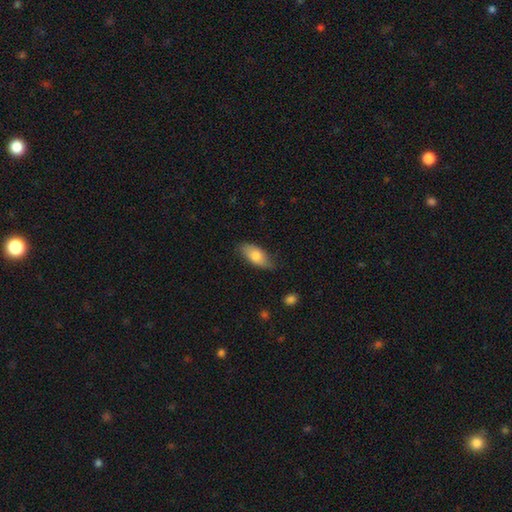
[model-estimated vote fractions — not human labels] The model was most divided on "merging": none: 72%, minor disturbance: 23%, major disturbance: 4%, merger: 1%. More confident: how rounded — in between (87%); smooth or featured — smooth (76%).